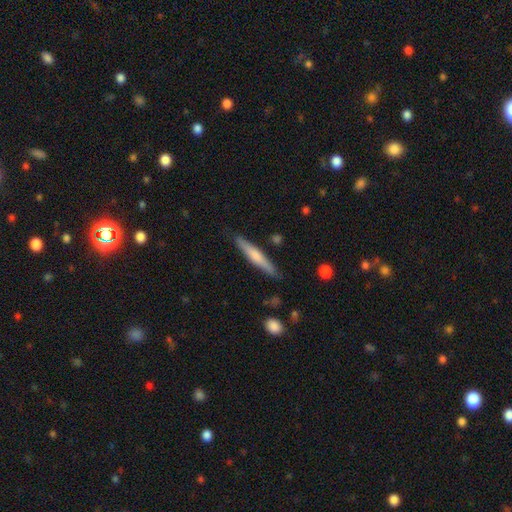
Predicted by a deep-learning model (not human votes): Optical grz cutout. It shows a smooth galaxy with no disk features (53%) that is cigar-shaped (93%). Merging: none (86%).